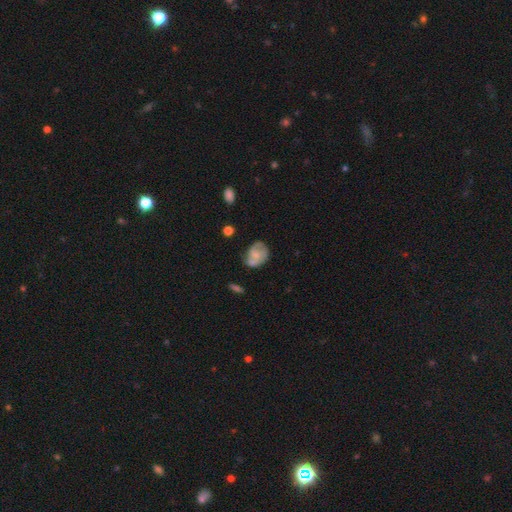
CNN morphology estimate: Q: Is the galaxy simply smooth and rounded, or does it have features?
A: featured or disk — 49%.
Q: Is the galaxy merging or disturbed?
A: none — 48%.